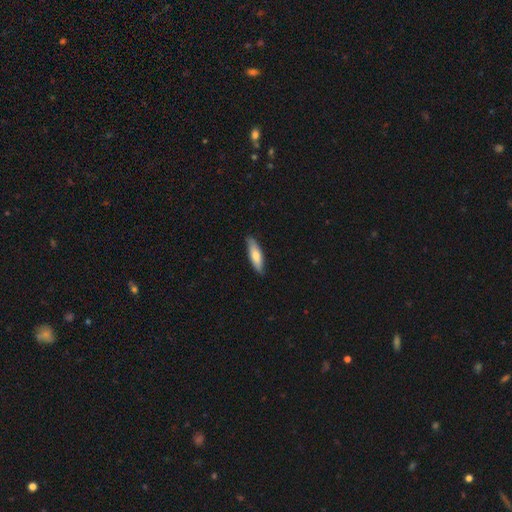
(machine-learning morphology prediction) A smooth galaxy with no disk features (72%) that is cigar-shaped (61%). Merging: none (84%).